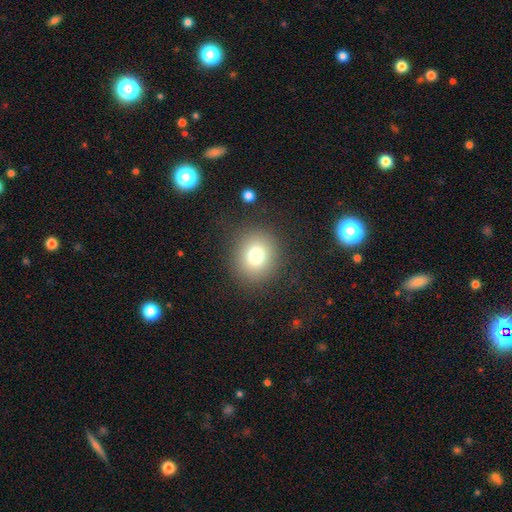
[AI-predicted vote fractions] Smooth or featured? Predicted: smooth (p=0.76). How rounded? Predicted: round (p=0.83). Merging? Predicted: none (p=0.86).